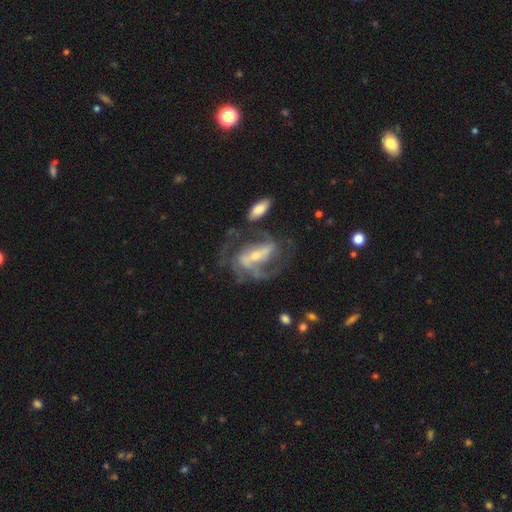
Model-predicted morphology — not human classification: This appears to be a featured or disk galaxy (84%) with a strong bar (51%), 2 (61%) medium (47%) spiral arms (89%) and a small central bulge (59%). Merging: none (51%).